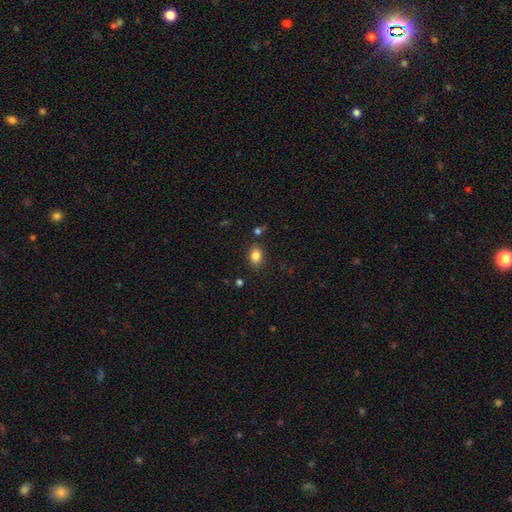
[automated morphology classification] smooth_or_featured: smooth (p=0.84) [alt: star or artifact p=0.11]
how_rounded: in between (p=0.67) [alt: round p=0.32]
merging: none (p=0.82) [alt: minor disturbance p=0.11]